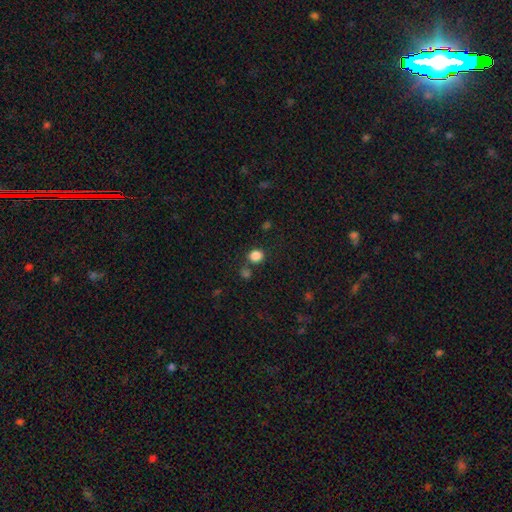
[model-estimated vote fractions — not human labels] Smooth or featured? Predicted: smooth (p=0.84). How rounded? Predicted: round (p=0.77). Merging? Predicted: none (p=0.76).